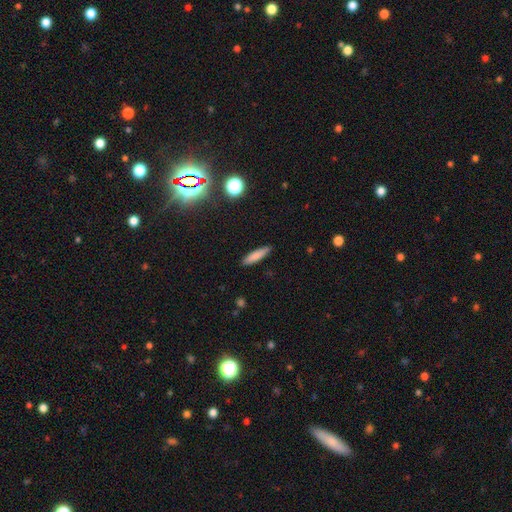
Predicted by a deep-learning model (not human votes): This appears to be a smooth galaxy with no disk features (81%) that is cigar-shaped (79%). Merging: none (89%).